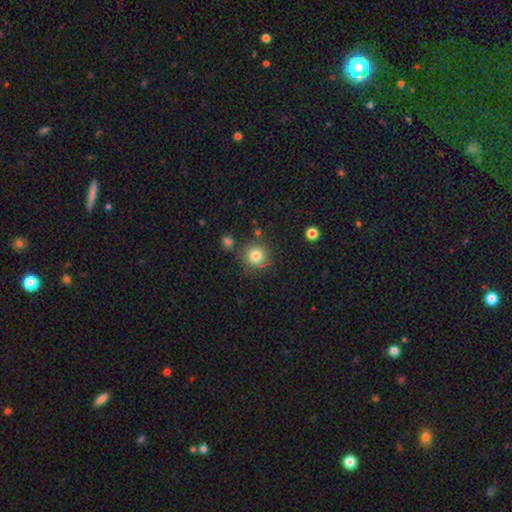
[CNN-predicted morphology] Q: Smooth or featured?
A: smooth (81%); runner-up: star or artifact (12%)
Q: How rounded?
A: round (92%); runner-up: in between (7%)
Q: Merging?
A: none (79%); runner-up: minor disturbance (10%)